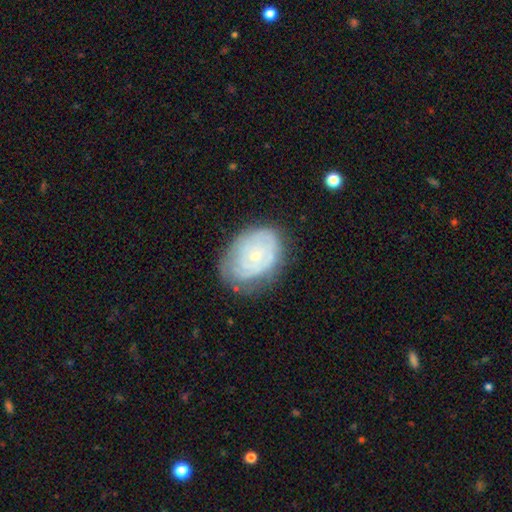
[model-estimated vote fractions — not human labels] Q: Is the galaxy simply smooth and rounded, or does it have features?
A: featured or disk — 62%.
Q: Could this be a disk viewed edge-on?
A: no — 96%.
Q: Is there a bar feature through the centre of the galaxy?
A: no — 87%.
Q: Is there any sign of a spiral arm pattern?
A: yes — 62%.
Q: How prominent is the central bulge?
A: small — 75%.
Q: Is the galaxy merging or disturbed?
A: none — 62%.